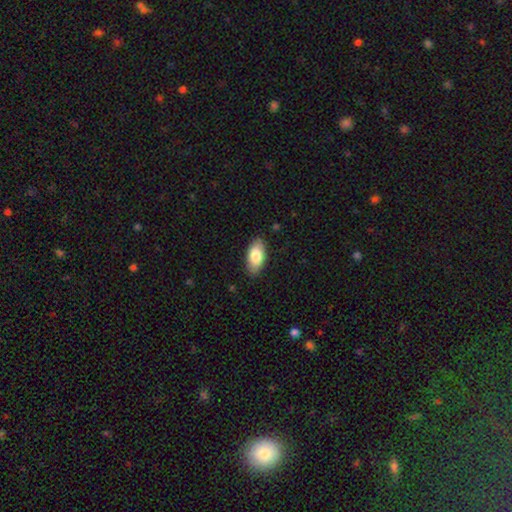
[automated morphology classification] smooth-or-featured: smooth: 82% | featured or disk: 12% | star or artifact: 6%
  how-rounded: in between: 92% | cigar-shaped: 5% | round: 2%
  merging: none: 86% | minor disturbance: 11% | major disturbance: 2% | merger: 1%